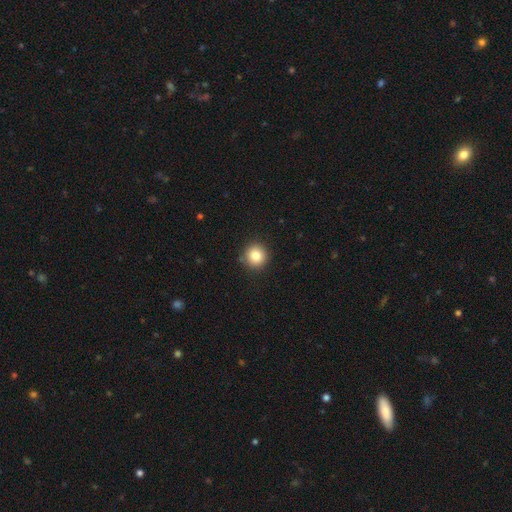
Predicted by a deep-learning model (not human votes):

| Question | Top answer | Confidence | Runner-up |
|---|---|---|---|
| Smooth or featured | smooth | 83% | star or artifact (10%) |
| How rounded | round | 94% | in between (5%) |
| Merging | none | 89% | minor disturbance (7%) |